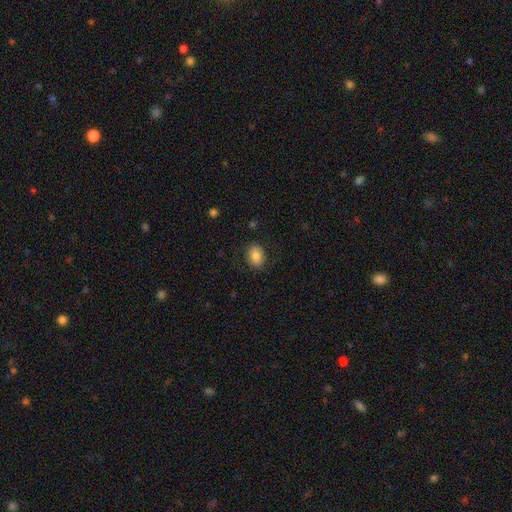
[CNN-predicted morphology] Smooth or featured? Predicted: smooth (p=0.81). How rounded? Predicted: in between (p=0.60). Merging? Predicted: none (p=0.86).